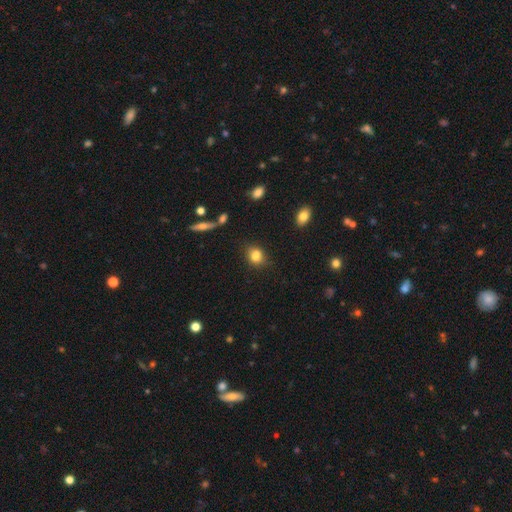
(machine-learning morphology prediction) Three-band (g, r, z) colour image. It shows a smooth galaxy with no disk features (82%) that is round (54%). Merging: none (74%).